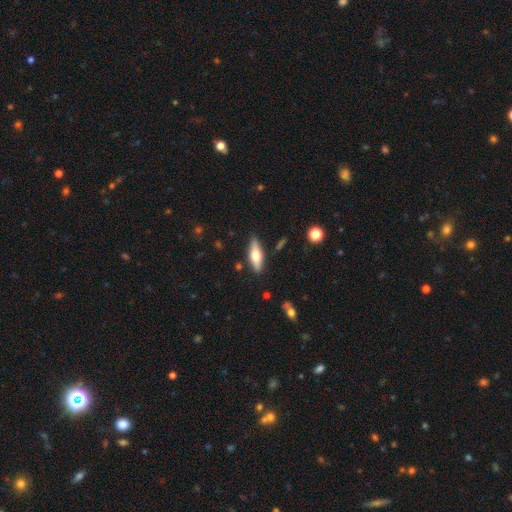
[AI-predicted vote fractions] Smooth or featured: smooth — 52% (featured or disk — 41%)
How rounded: in between — 56% (cigar-shaped — 41%)
Merging: none — 86% (minor disturbance — 10%)